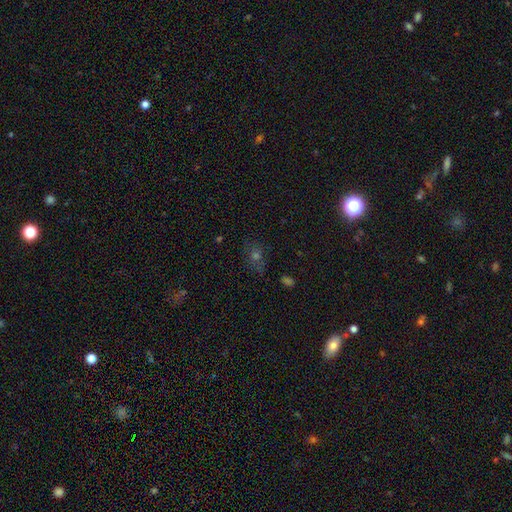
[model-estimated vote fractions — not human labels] The model was most divided on "smooth or featured" (2-way tie): smooth: 41%, star or artifact: 41%, featured or disk: 18%. More confident: merging — none (76%).